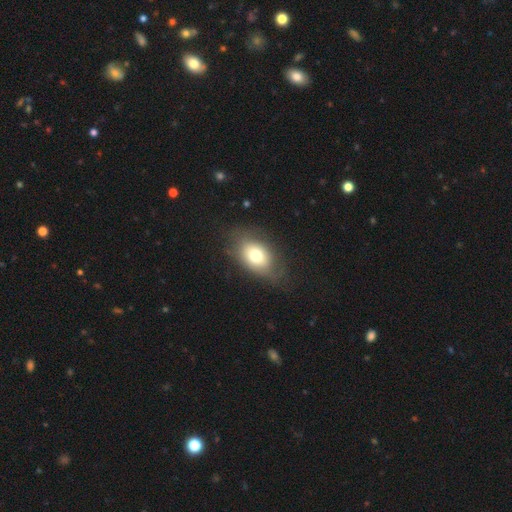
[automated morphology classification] This is likely a smooth galaxy (70%). How rounded: clearly in between (83%). Merging: likely none (67%).